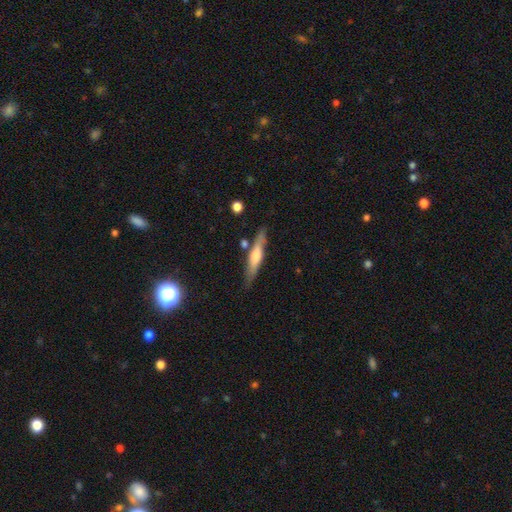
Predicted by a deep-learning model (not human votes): featured or disk 50%, smooth 43%, star or artifact 6%. Down the decision tree: edge-on disk — yes (91%); merging — none (80%).